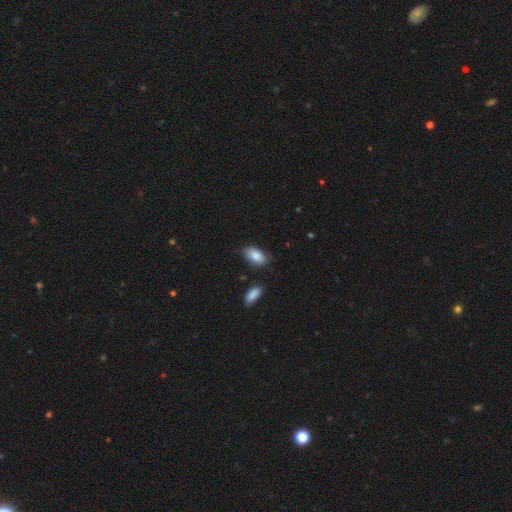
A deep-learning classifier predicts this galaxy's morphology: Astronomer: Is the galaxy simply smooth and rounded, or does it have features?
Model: smooth — 87%.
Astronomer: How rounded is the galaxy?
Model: in between — 93%.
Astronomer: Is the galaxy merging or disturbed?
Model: none — 80%.